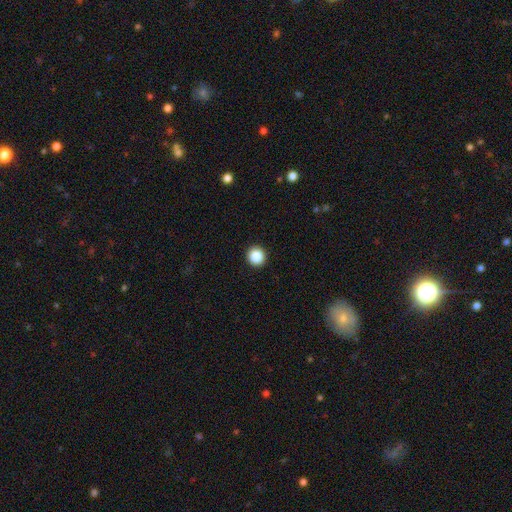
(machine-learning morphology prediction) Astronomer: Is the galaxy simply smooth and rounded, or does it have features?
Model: smooth — 88%.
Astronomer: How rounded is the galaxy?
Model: round — 94%.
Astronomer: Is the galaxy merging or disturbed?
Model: none — 93%.